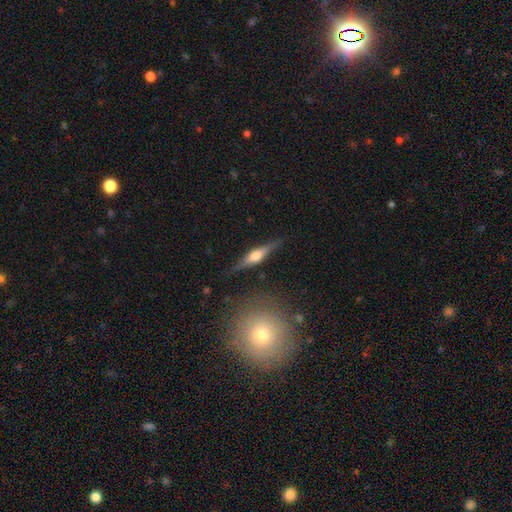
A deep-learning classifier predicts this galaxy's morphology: Overall: featured or disk (63%; smooth 31%). Edge-on disk: yes (95%). Edge-on bulge: rounded (85%). Merging: none (82%).